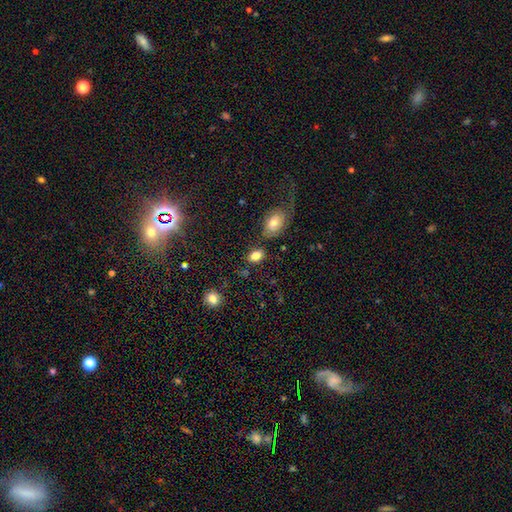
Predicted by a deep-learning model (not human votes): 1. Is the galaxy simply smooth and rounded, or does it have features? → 82% smooth, 9% star or artifact, 8% featured or disk.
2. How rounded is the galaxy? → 86% in between, 12% round, 2% cigar-shaped.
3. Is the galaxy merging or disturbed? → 74% none, 13% minor disturbance, 8% merger, 4% major disturbance.